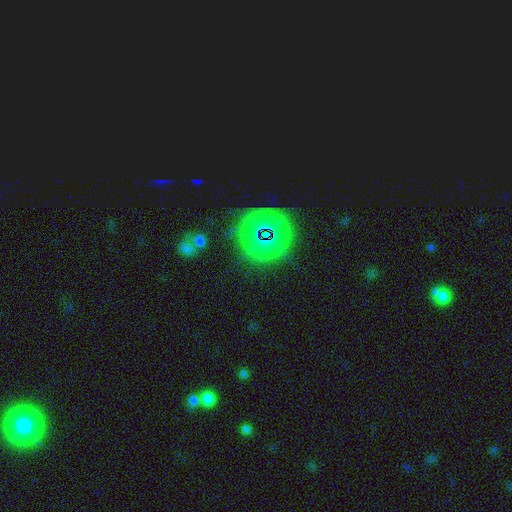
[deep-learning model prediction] A star or artifact, not a galaxy (74%).

Vote fractions:
- Smooth or featured? star or artifact: 74% / smooth: 18% / featured or disk: 8%